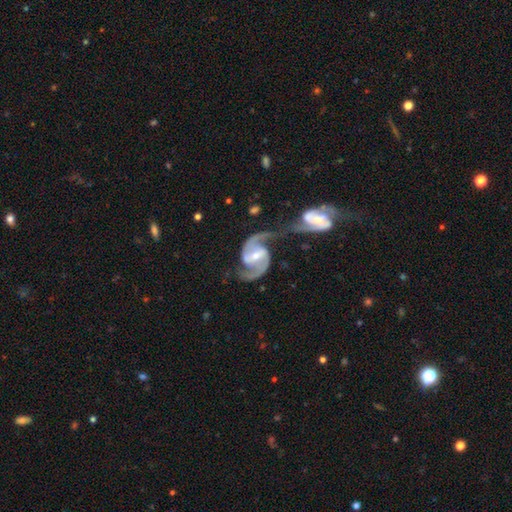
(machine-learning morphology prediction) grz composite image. It shows a featured or disk galaxy (93%) with a strong bar (45%), 2 (94%) medium (57%) spiral arms (98%) and a moderate central bulge (49%). Merging: none (45%).